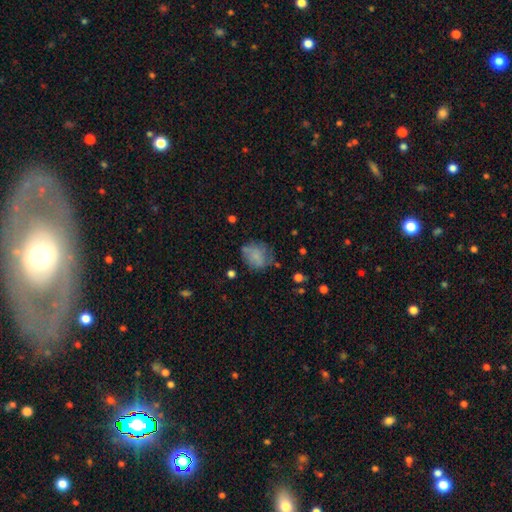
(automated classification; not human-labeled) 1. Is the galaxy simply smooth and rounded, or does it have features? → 68% smooth, 22% featured or disk, 11% star or artifact.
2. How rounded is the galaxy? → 63% round, 36% in between, 1% cigar-shaped.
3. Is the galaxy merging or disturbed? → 56% none, 26% minor disturbance, 14% major disturbance, 4% merger.